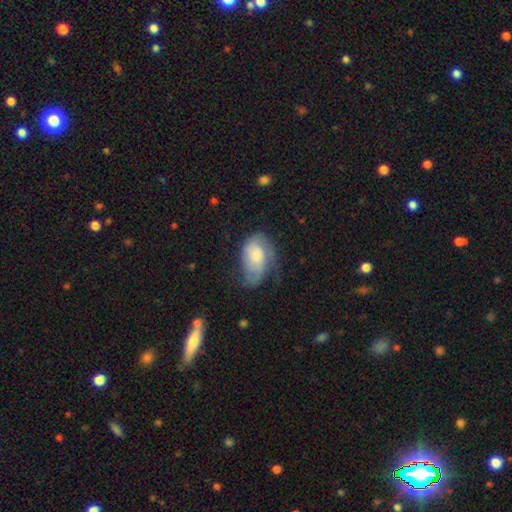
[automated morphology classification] Q: Smooth or featured?
A: smooth (58%); runner-up: featured or disk (34%)
Q: How rounded?
A: in between (90%); runner-up: round (8%)
Q: Merging?
A: none (39%); runner-up: minor disturbance (36%)